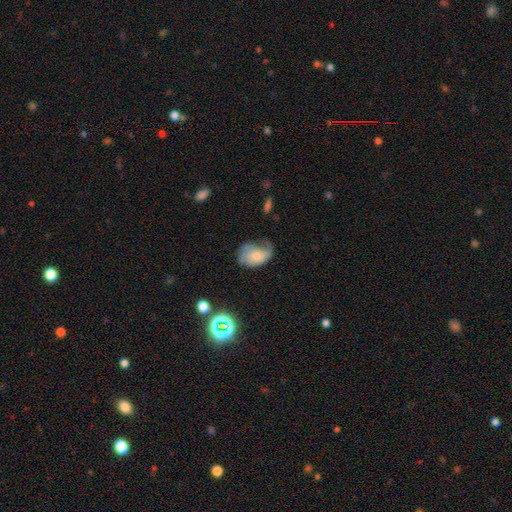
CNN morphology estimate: A smooth galaxy with no disk features (56%) that is in between round and cigar-shaped (77%). Merging: minor disturbance (34%, tied with none).